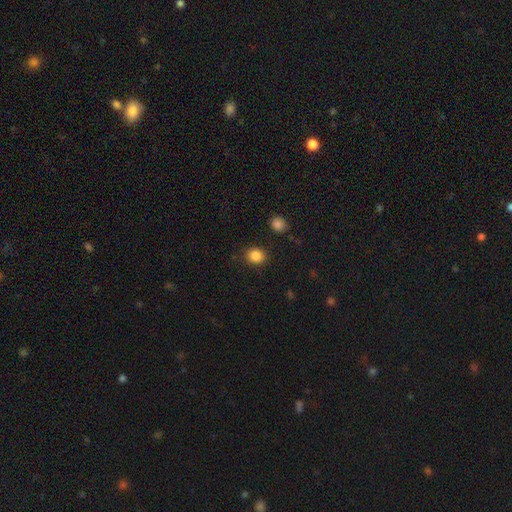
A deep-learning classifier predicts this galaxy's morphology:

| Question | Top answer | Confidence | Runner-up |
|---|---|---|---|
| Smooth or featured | smooth | 85% | star or artifact (10%) |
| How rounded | round | 72% | in between (28%) |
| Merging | none | 86% | minor disturbance (9%) |